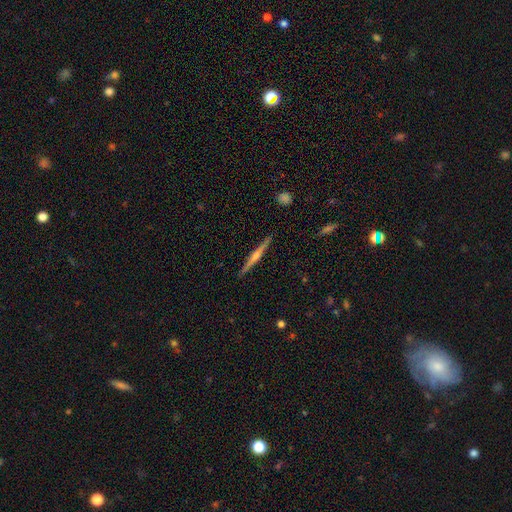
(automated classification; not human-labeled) Smooth or featured? featured or disk (74%)
Edge-on disk? yes (98%)
Edge-on bulge? rounded (81%)
Merging? none (91%)